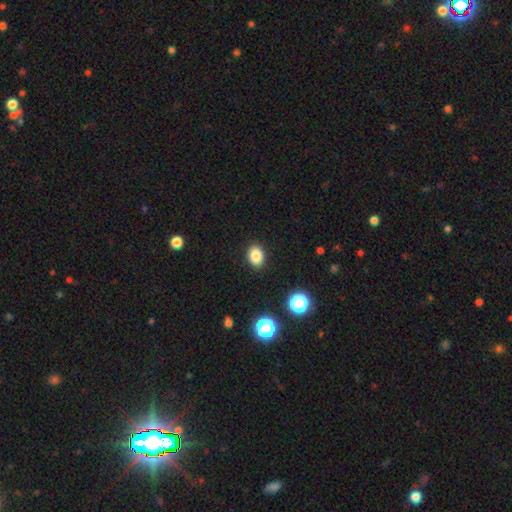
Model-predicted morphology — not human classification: This appears to be a smooth galaxy with no disk features (84%) that is in between round and cigar-shaped (73%). Merging: none (89%).